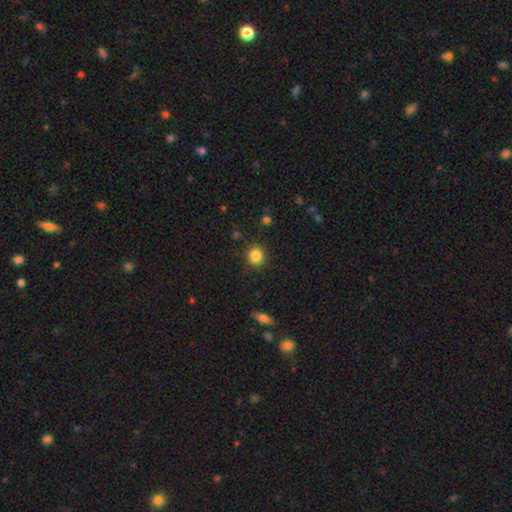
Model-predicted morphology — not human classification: smooth 85%, star or artifact 11%, featured or disk 4%. Down the decision tree: how rounded — round (87%); merging — none (88%).